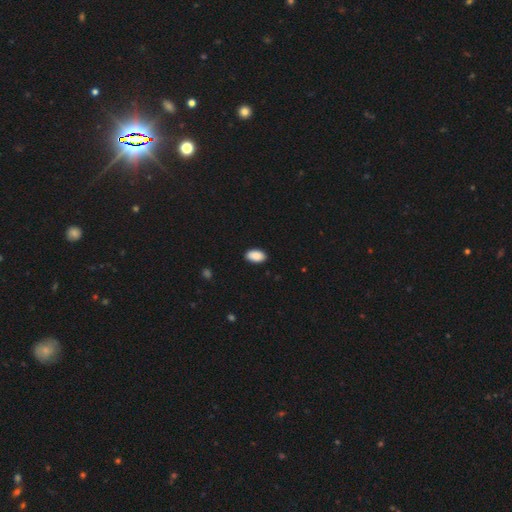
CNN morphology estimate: smooth 90%, star or artifact 7%, featured or disk 3%. Down the decision tree: how rounded — in between (94%); merging — none (89%).